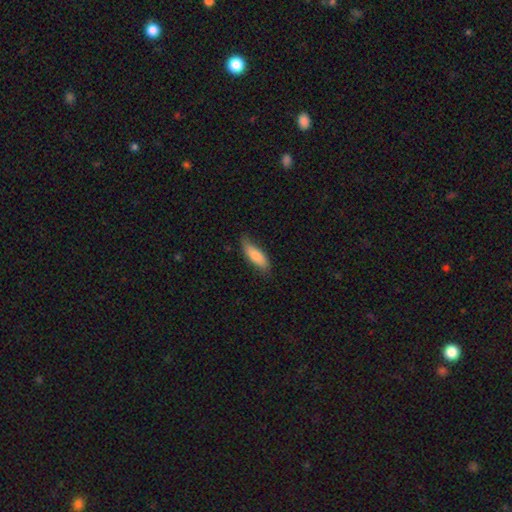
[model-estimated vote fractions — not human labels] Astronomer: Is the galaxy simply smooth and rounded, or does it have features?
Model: smooth — 80%.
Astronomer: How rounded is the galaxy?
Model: in between — 57% (runner-up: cigar-shaped, 41%).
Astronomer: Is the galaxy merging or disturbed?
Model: none — 69%.